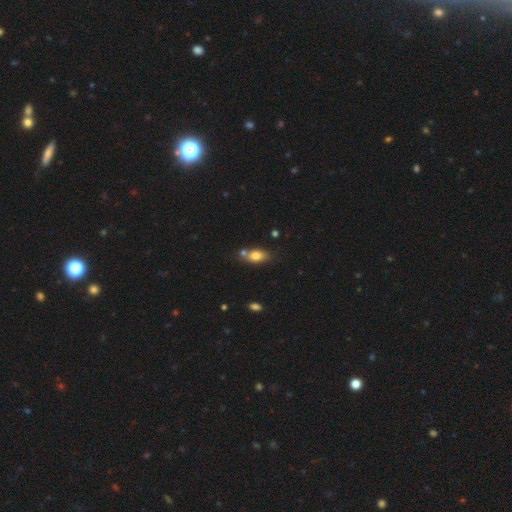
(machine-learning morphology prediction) Smooth or featured: smooth — 78% (featured or disk — 12%)
How rounded: in between — 82% (round — 11%)
Merging: none — 58% (merger — 23%)